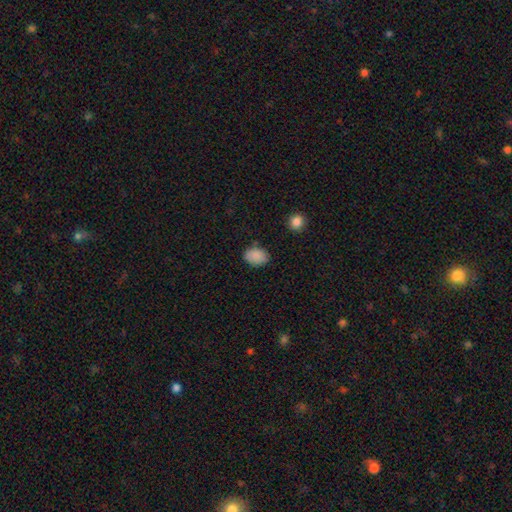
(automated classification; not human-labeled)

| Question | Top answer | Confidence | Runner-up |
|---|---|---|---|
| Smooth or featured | smooth | 88% | star or artifact (8%) |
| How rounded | in between | 78% | round (21%) |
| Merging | none | 79% | minor disturbance (16%) |